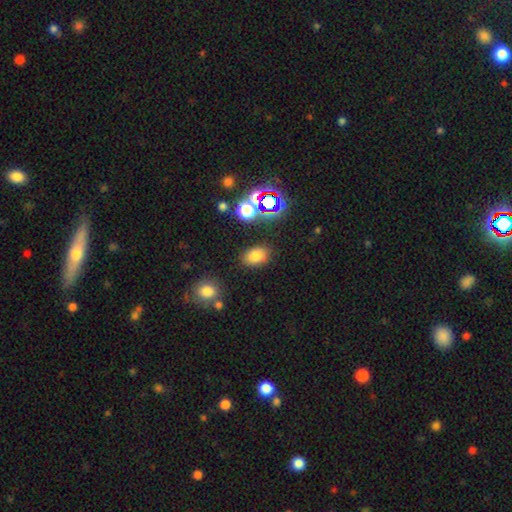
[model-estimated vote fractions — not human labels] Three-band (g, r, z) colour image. It shows a smooth galaxy with no disk features (76%) that is in between round and cigar-shaped (80%). Merging: none (83%).